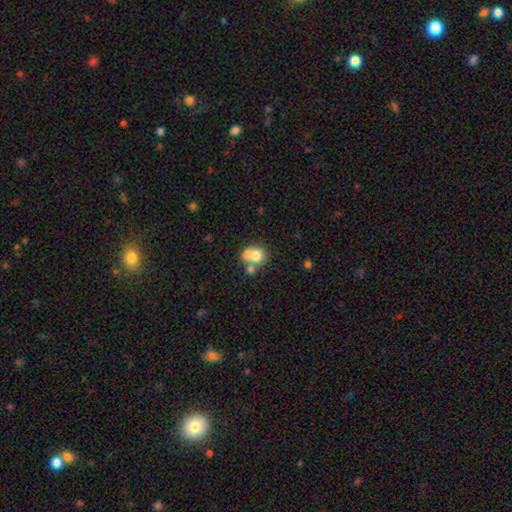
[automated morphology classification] The model was most divided on "merging": merger: 52%, none: 34%, minor disturbance: 9%, major disturbance: 5%. More confident: how rounded — round (75%); smooth or featured — smooth (67%).